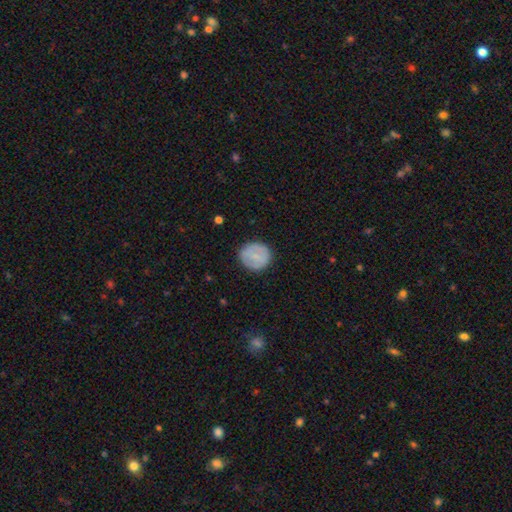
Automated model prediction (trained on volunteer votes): smooth-or-featured: smooth: 75% | featured or disk: 19% | star or artifact: 7%
  how-rounded: round: 93% | in between: 6% | cigar-shaped: 1%
  merging: none: 88% | minor disturbance: 9% | major disturbance: 2% | merger: 1%